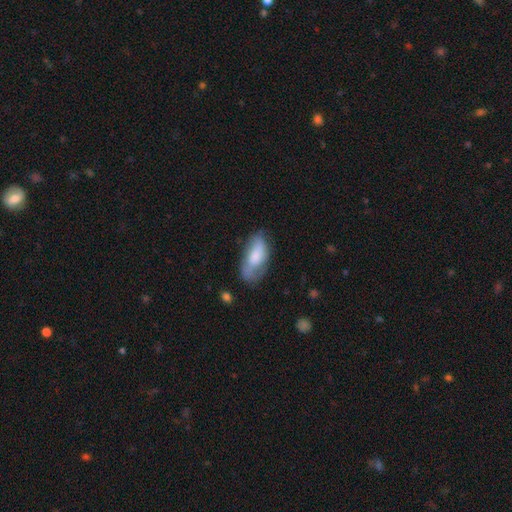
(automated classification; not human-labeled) A smooth galaxy with no disk features (64%) that is in between round and cigar-shaped (86%). Merging: none (45%).